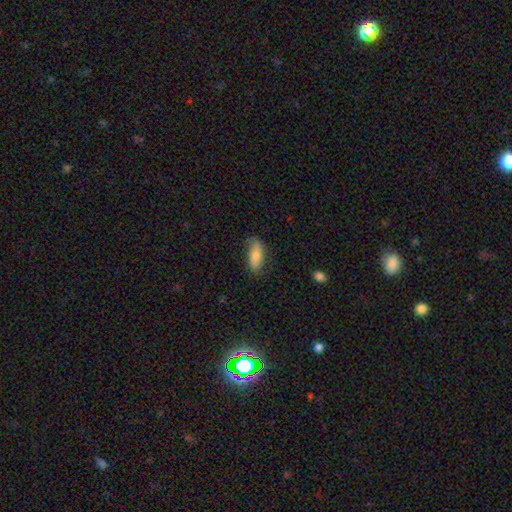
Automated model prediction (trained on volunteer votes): Overall: smooth (72%). How rounded: in between (77%). Merging: none (74%).